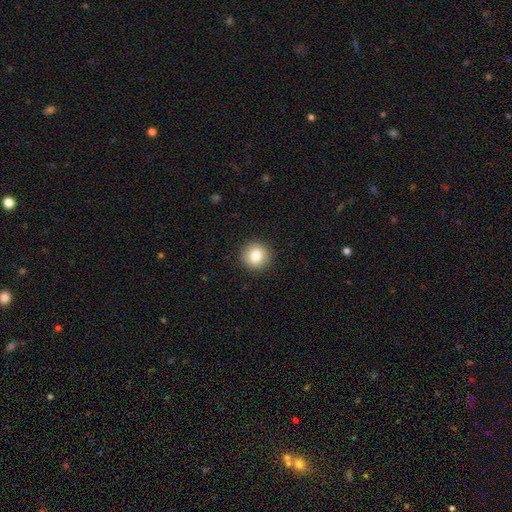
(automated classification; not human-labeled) A smooth galaxy with no disk features (82%) that is round (94%). Merging: none (92%).